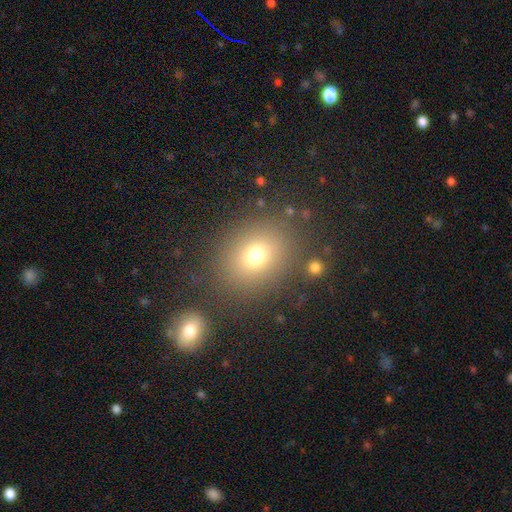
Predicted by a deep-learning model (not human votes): A smooth galaxy with no disk features (74%) that is round (58%). Merging: none (81%).